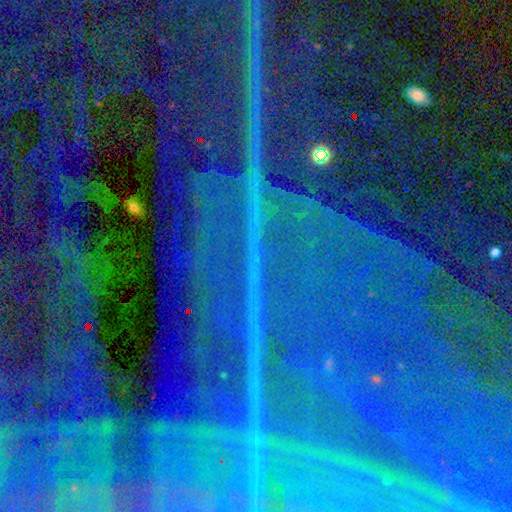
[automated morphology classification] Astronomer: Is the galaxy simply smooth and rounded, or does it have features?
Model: star or artifact — 91%.